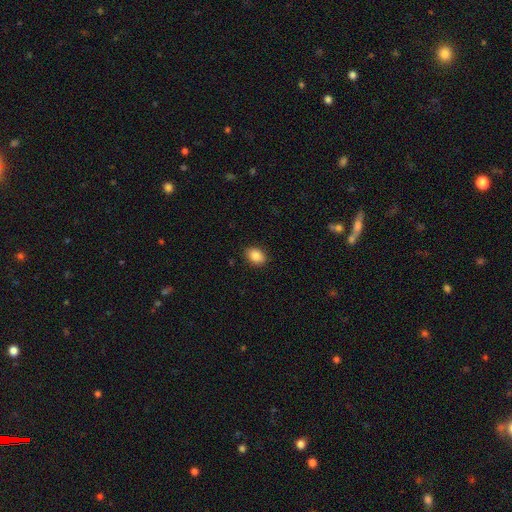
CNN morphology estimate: This is clearly a smooth galaxy (88%). How rounded: likely in between (78%). Merging: clearly none (88%).